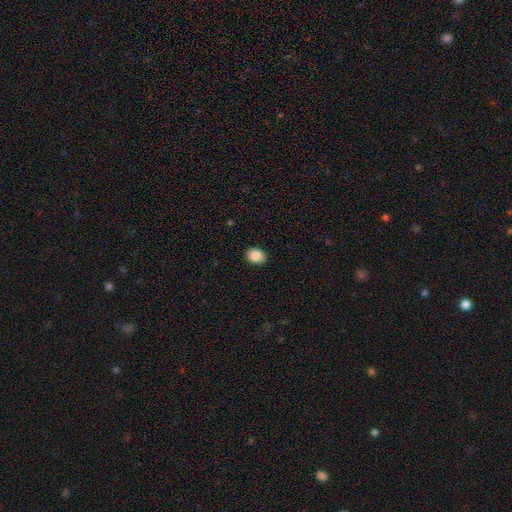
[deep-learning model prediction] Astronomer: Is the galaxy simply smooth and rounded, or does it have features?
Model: smooth — 87%.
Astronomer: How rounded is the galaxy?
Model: in between — 61% (runner-up: round, 38%).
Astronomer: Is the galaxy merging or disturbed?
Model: none — 90%.